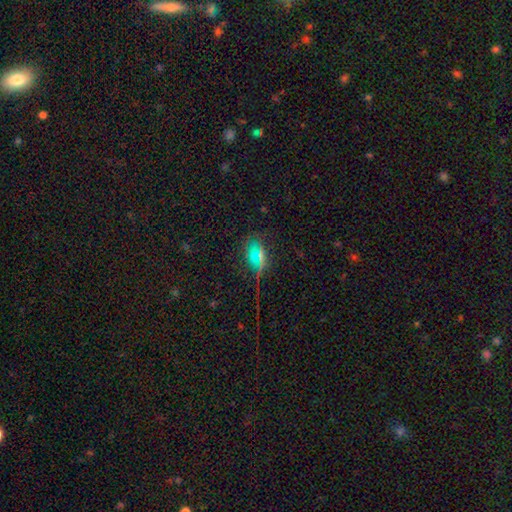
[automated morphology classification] A smooth galaxy with no disk features (43%). Merging: none (67%).